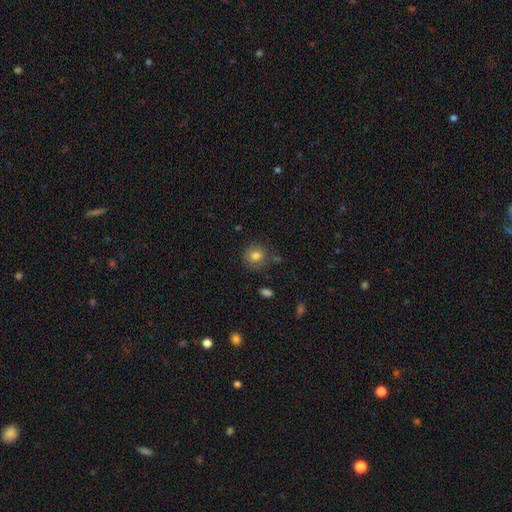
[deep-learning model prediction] A smooth galaxy with no disk features (80%) that is round (88%).

Vote fractions:
- Smooth or featured? smooth: 80% / star or artifact: 11% / featured or disk: 9%
- How rounded? round: 88% / in between: 11% / cigar-shaped: 1%
- Merging? none: 78% / minor disturbance: 14% / merger: 5% / major disturbance: 4%